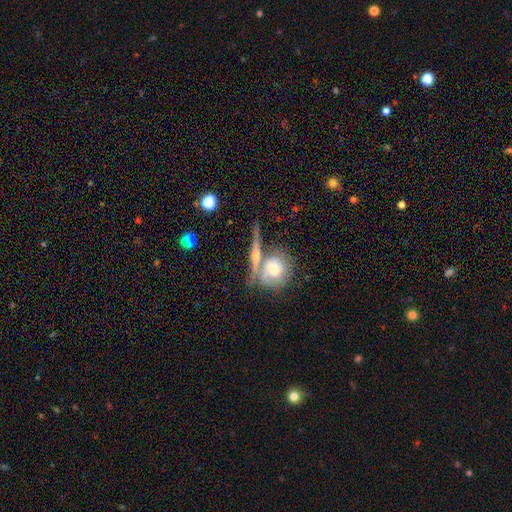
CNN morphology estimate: Smooth or featured?
  - featured or disk: 52% *
  - smooth: 38%
  - star or artifact: 9%
Edge-on disk?
  - yes: 70% *
  - no: 30%
Merging?
  - none: 46% *
  - merger: 35%
  - minor disturbance: 13%
  - major disturbance: 7%